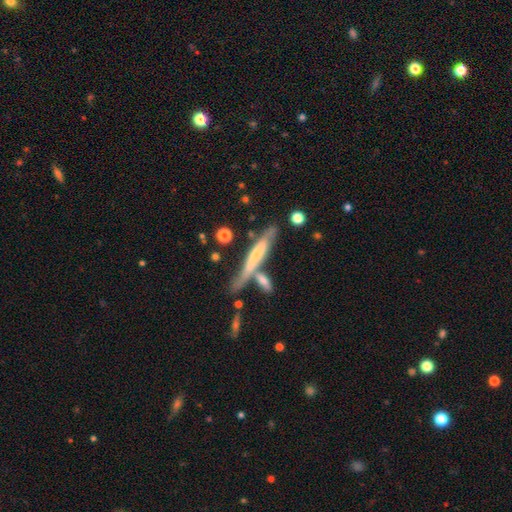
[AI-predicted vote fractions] This appears to be a featured or disk galaxy (49%). Merging: none (57%).